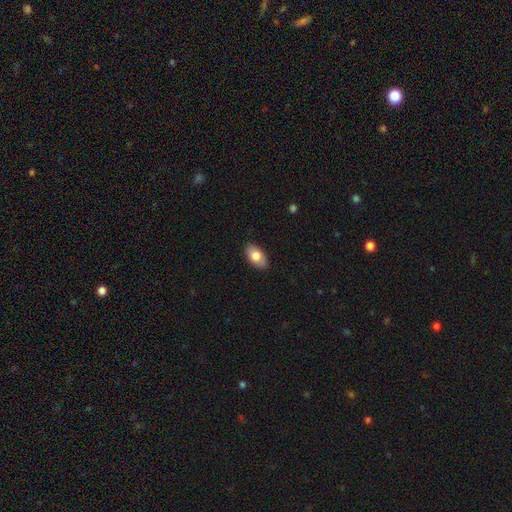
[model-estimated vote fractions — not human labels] This appears to be a smooth galaxy with no disk features (78%) that is in between round and cigar-shaped (93%). Merging: none (87%).